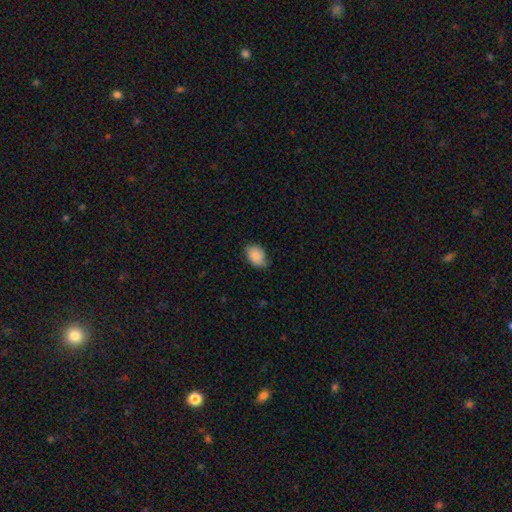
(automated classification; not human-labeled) Smooth or featured? smooth (87%)
How rounded? in between (75%)
Merging? none (66%)